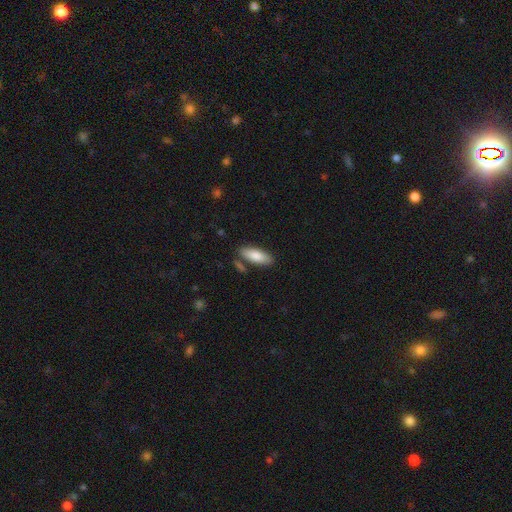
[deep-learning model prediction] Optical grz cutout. It shows a smooth galaxy with no disk features (84%) that is in between round and cigar-shaped (70%). Merging: none (79%).